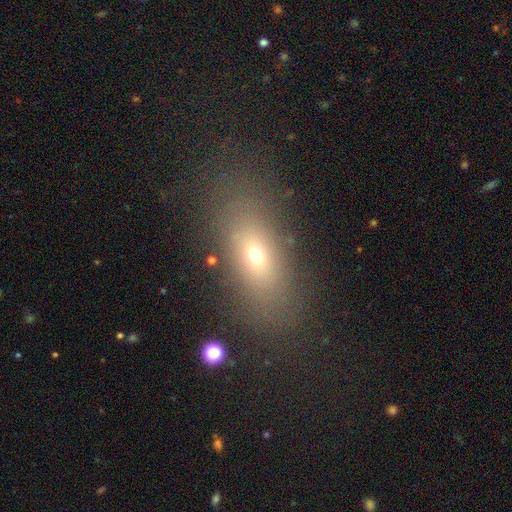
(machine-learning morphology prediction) Overall: smooth (63%). How rounded: in between (75%). Merging: none (76%).